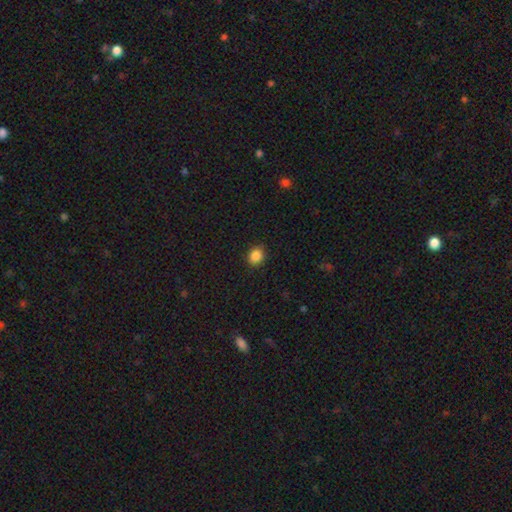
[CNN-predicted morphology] Q: Smooth or featured?
A: smooth (86%); runner-up: star or artifact (10%)
Q: How rounded?
A: round (68%); runner-up: in between (31%)
Q: Merging?
A: none (88%); runner-up: minor disturbance (9%)